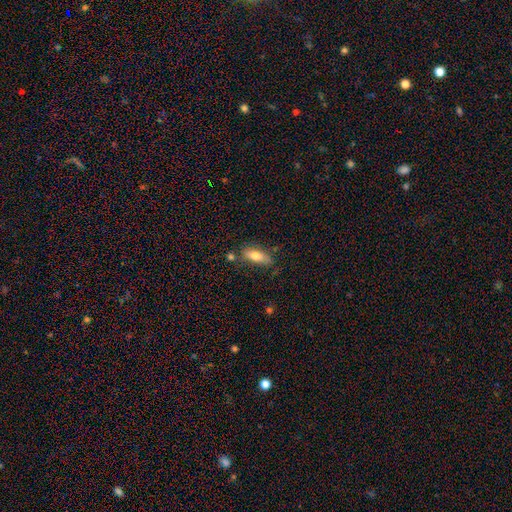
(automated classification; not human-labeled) smooth_or_featured: smooth (p=0.72) [alt: featured or disk p=0.21]
how_rounded: in between (p=0.71) [alt: cigar-shaped p=0.27]
merging: none (p=0.72) [alt: minor disturbance p=0.17]